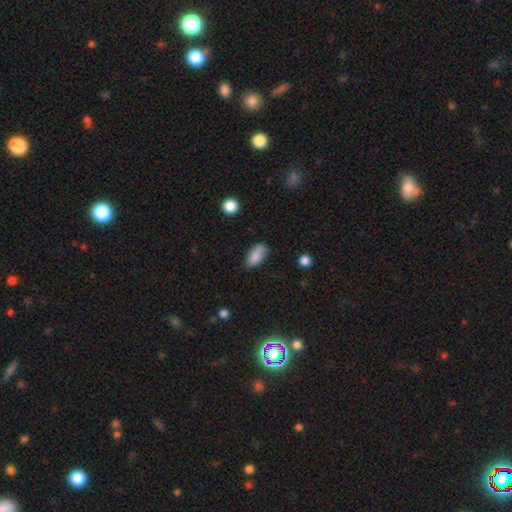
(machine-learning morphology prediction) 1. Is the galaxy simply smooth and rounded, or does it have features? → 86% smooth, 7% star or artifact, 7% featured or disk.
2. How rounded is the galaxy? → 92% in between, 5% cigar-shaped, 3% round.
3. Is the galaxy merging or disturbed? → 76% none, 18% minor disturbance, 3% major disturbance, 2% merger.